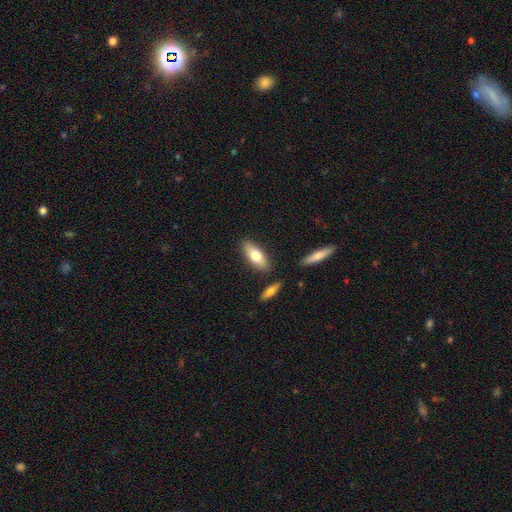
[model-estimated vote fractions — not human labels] smooth_or_featured: smooth (p=0.71) [alt: featured or disk p=0.23]
how_rounded: in between (p=0.71) [alt: cigar-shaped p=0.27]
merging: none (p=0.82) [alt: minor disturbance p=0.10]